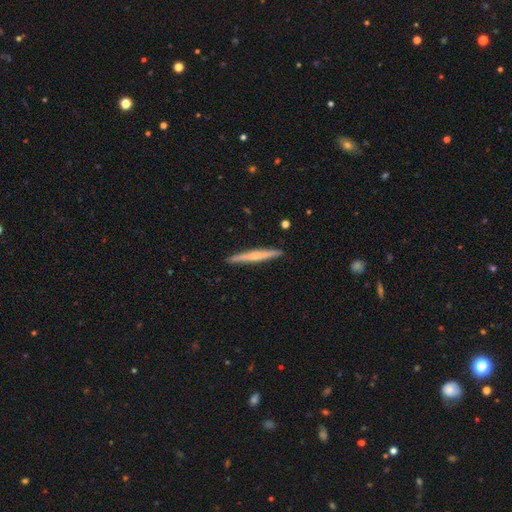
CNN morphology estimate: Smooth or featured? Predicted: featured or disk (p=0.49). Merging? Predicted: none (p=0.91).